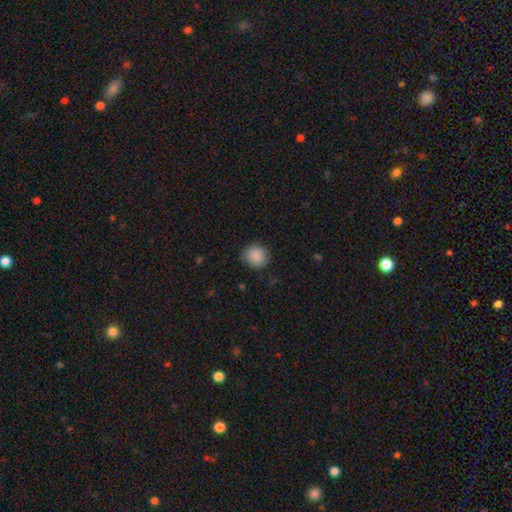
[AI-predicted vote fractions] Q: Smooth or featured?
A: smooth (89%); runner-up: star or artifact (8%)
Q: How rounded?
A: round (87%); runner-up: in between (12%)
Q: Merging?
A: none (85%); runner-up: minor disturbance (11%)